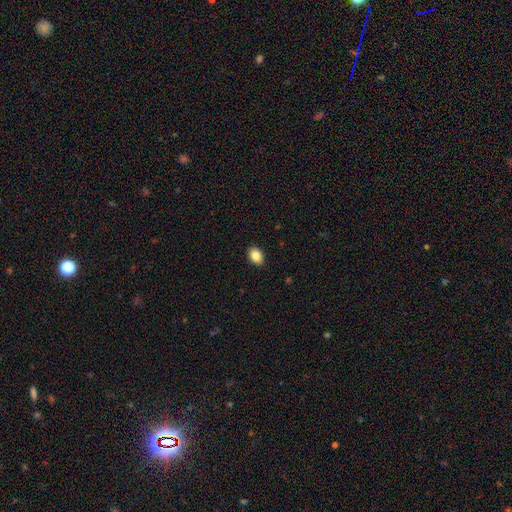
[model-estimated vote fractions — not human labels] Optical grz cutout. It shows a smooth galaxy with no disk features (86%) that is in between round and cigar-shaped (74%). Merging: none (90%).